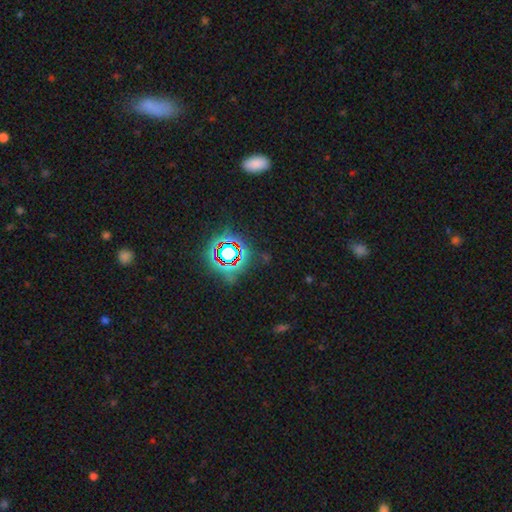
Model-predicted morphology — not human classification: Smooth or featured?
  - star or artifact: 77% *
  - smooth: 14%
  - featured or disk: 9%